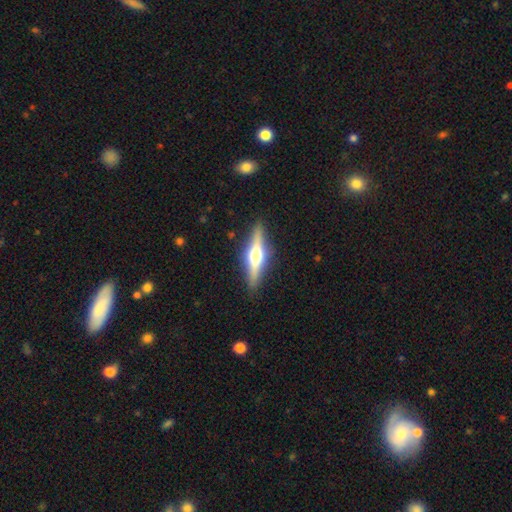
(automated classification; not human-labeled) This appears to be a featured or disk galaxy (69%) viewed edge-on (96%) with a rounded central bulge (94%). Merging: none (89%).